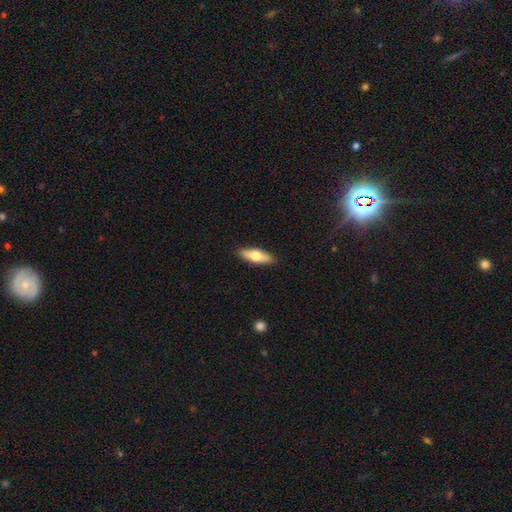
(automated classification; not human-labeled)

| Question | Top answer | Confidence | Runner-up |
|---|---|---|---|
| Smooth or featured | smooth | 63% | featured or disk (31%) |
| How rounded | in between | 54% | cigar-shaped (44%) |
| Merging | none | 90% | minor disturbance (7%) |